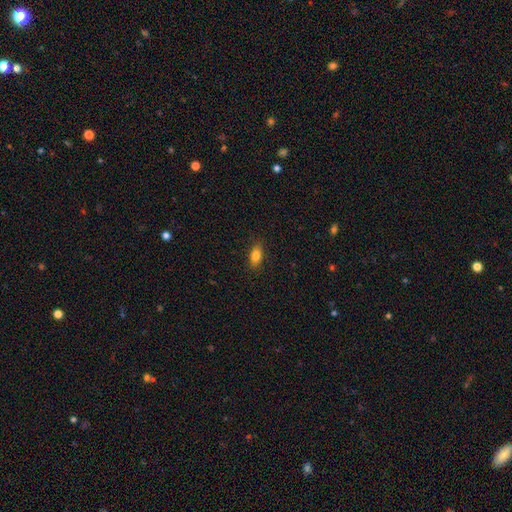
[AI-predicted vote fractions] The model was most divided on "smooth or featured": smooth: 83%, featured or disk: 9%, star or artifact: 9%. More confident: merging — none (87%); how rounded — in between (86%).